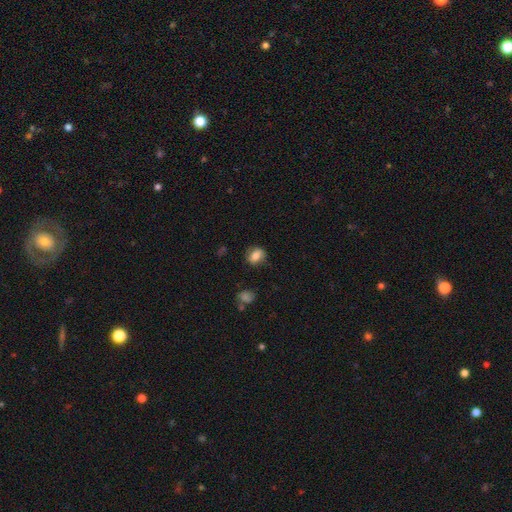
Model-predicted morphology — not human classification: The model was most divided on "how rounded": in between: 60%, round: 38%, cigar-shaped: 2%. More confident: merging — none (76%); smooth or featured — smooth (75%).